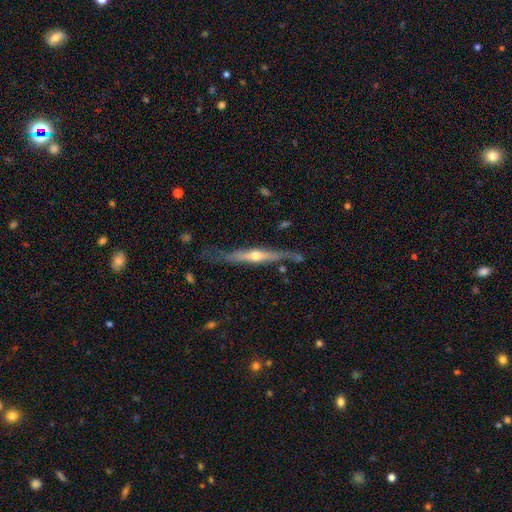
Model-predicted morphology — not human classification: smooth-or-featured: featured or disk: 77% | smooth: 16% | star or artifact: 6%
  disk-edge-on: yes: 95% | no: 5%
    edge-on-bulge: rounded: 86% | none: 10% | boxy: 4%
  merging: none: 74% | minor disturbance: 18% | major disturbance: 4% | merger: 3%